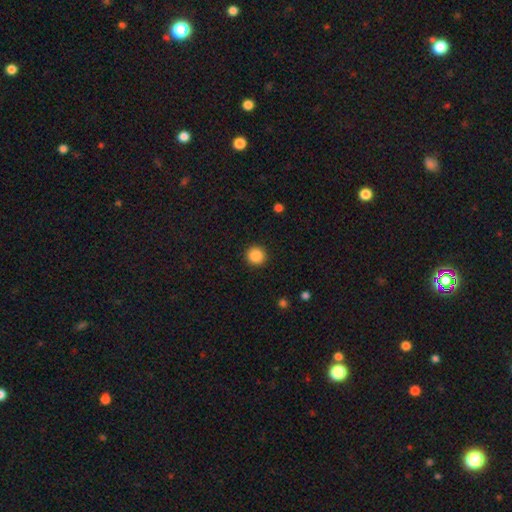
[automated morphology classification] Smooth or featured? smooth (87%)
How rounded? round (93%)
Merging? none (92%)